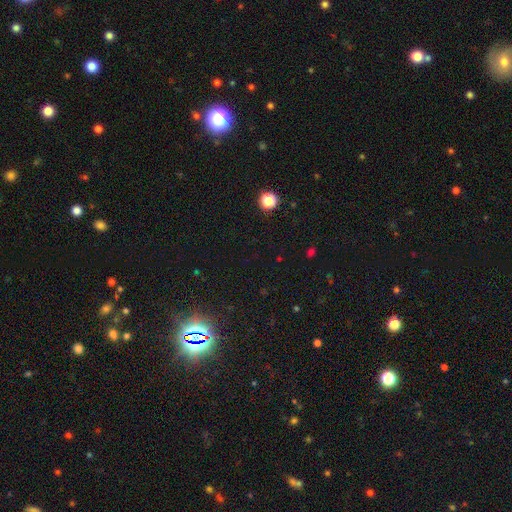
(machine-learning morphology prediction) Smooth or featured? Predicted: star or artifact (p=0.69).